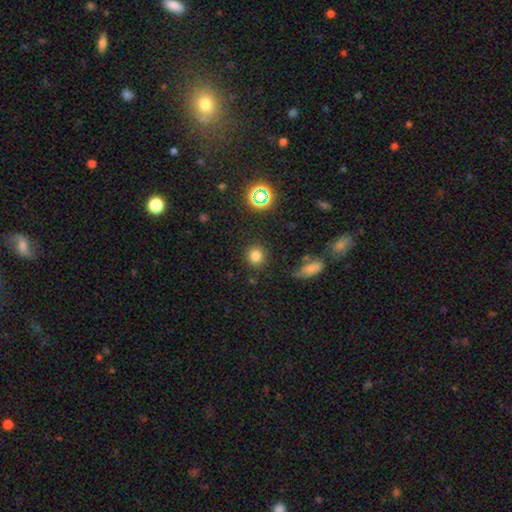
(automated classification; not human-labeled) smooth_or_featured: smooth (p=0.78) [alt: star or artifact p=0.16]
how_rounded: round (p=0.90) [alt: in between p=0.09]
merging: none (p=0.86) [alt: minor disturbance p=0.08]